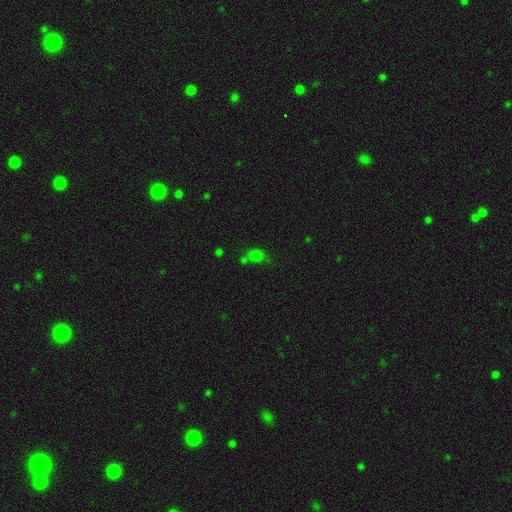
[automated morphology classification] smooth_or_featured: smooth (p=0.68) [alt: star or artifact p=0.25]
how_rounded: round (p=0.50) [alt: in between p=0.48]
merging: none (p=0.51) [alt: merger p=0.22]